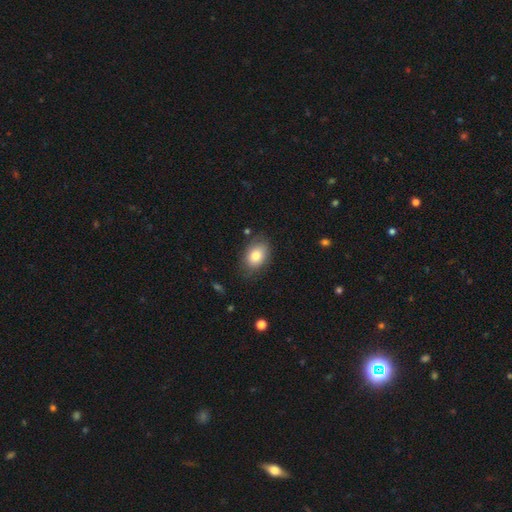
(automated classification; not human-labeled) Smooth or featured: smooth — 79% (featured or disk — 13%)
How rounded: in between — 80% (round — 19%)
Merging: none — 76% (minor disturbance — 18%)